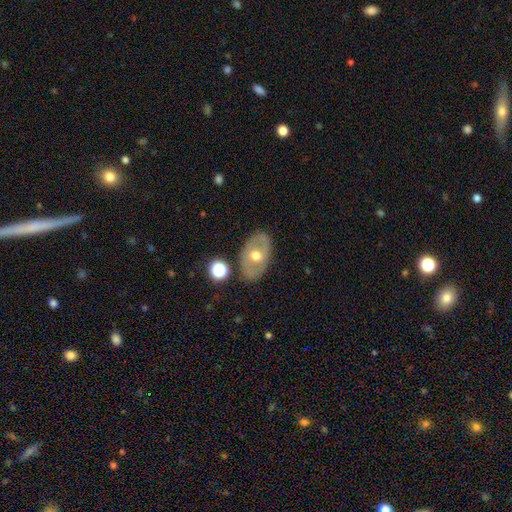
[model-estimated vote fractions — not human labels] Smooth or featured: featured or disk — 58% (smooth — 35%)
Edge-on disk: no — 90% (yes — 10%)
Bar: no — 73% (weak — 19%)
Spiral arms: no — 76% (yes — 24%)
Bulge size: moderate — 78% (small — 14%)
Merging: none — 83% (minor disturbance — 11%)